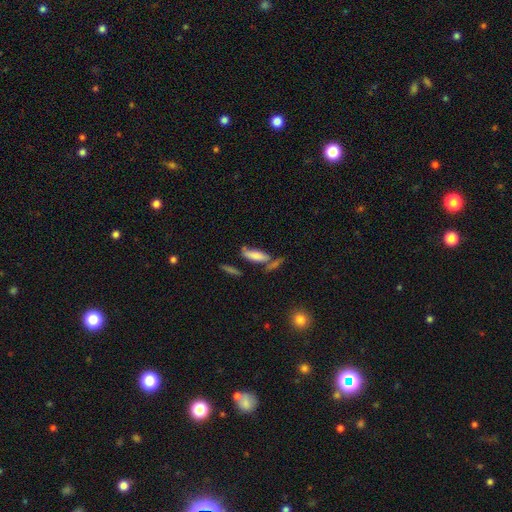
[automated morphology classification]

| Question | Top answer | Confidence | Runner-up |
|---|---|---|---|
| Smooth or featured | smooth | 71% | featured or disk (21%) |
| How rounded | in between | 49% | tied: cigar-shaped (49%) |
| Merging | none | 52% | merger (24%) |